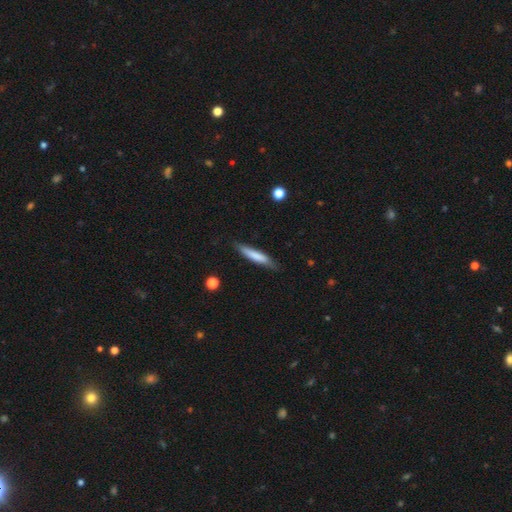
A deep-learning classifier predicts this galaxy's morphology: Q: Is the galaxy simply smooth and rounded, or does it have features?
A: smooth — 73%.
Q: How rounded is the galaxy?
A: cigar-shaped — 88%.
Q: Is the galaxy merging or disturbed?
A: none — 80%.